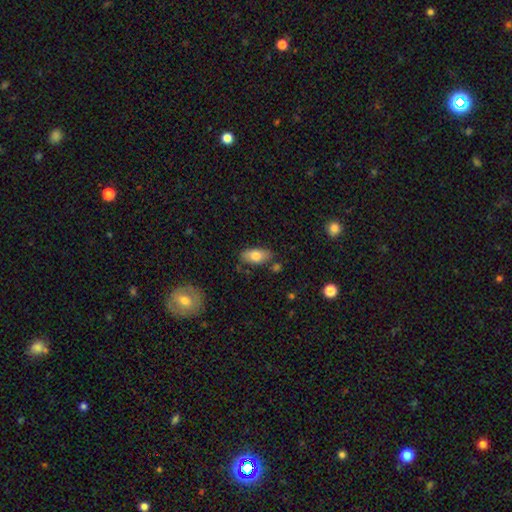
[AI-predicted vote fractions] This is likely a smooth galaxy (76%). How rounded: clearly in between (90%). Merging: likely none (77%).